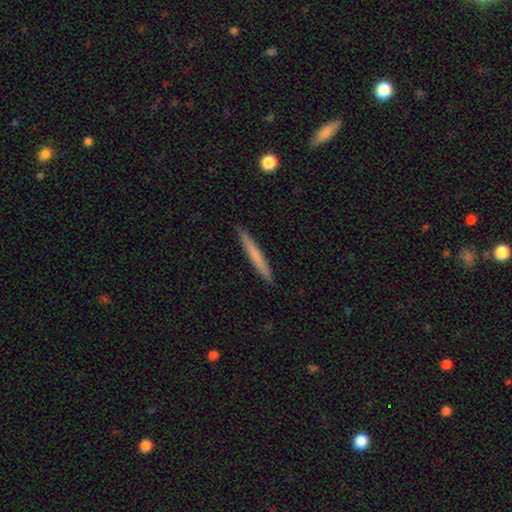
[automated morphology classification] Smooth or featured? smooth (66%)
How rounded? cigar-shaped (97%)
Merging? none (92%)